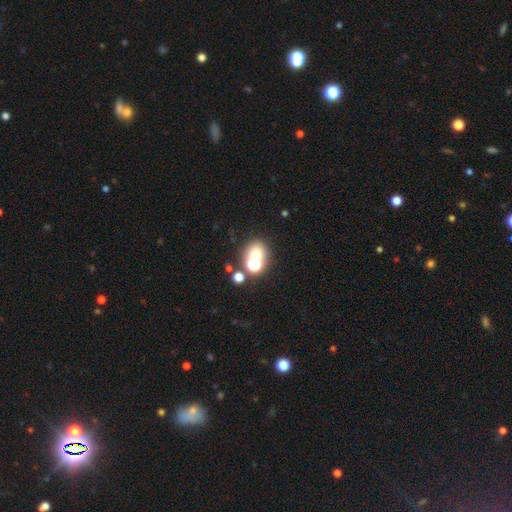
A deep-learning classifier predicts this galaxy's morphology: The model was most divided on "merging": none: 46%, merger: 40%, minor disturbance: 9%, major disturbance: 6%. More confident: how rounded — round (64%); smooth or featured — smooth (62%).